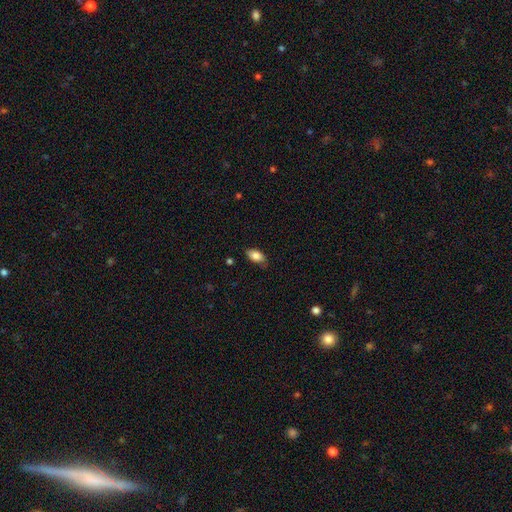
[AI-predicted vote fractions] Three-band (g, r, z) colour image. It shows a smooth galaxy with no disk features (83%) that is in between round and cigar-shaped (92%). Merging: none (77%).